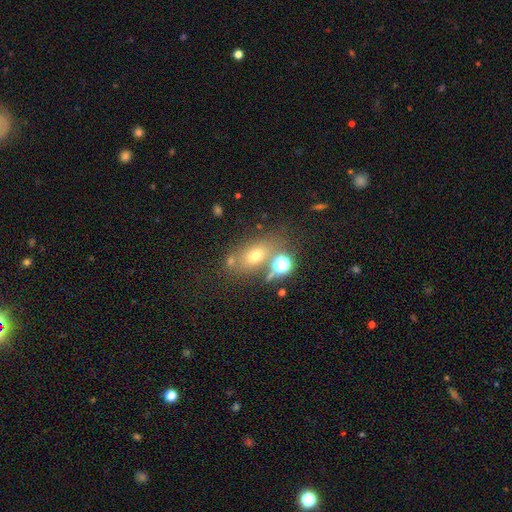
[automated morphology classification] smooth-or-featured: smooth: 62% | star or artifact: 19% | featured or disk: 19%
  how-rounded: in between: 69% | round: 27% | cigar-shaped: 4%
  merging: none: 59% | merger: 20% | minor disturbance: 14% | major disturbance: 7%